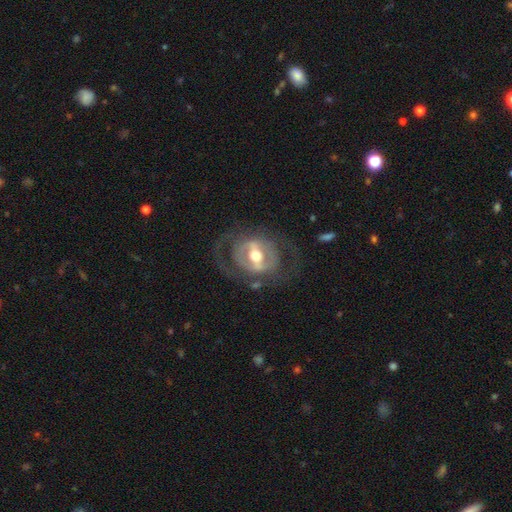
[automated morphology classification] A featured or disk galaxy (78%) with a strong bar (51%), spiral arms (50%, tied with no) and a moderate central bulge (71%). Merging: none (65%).